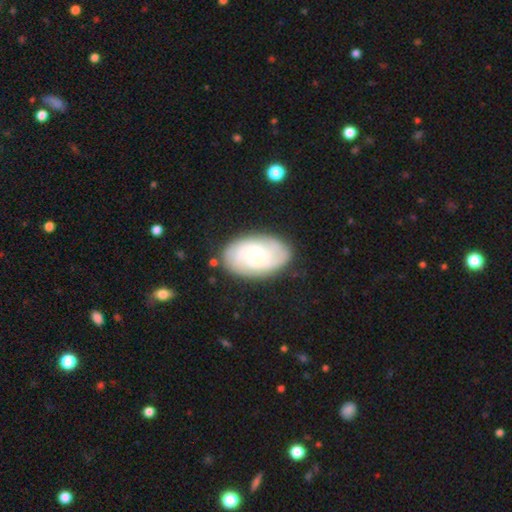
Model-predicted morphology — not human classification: A featured or disk galaxy (69%) with no bar (67%), 2 (36%) tight (53%) spiral arms (92%) and a small central bulge (52%).

Vote fractions:
- Smooth or featured? featured or disk: 69% / smooth: 26% / star or artifact: 6%
- Edge-on disk? no: 96% / yes: 4%
- Bar? no: 67% / weak: 29% / strong: 4%
- Spiral arms? yes: 92% / no: 8%
- Spiral winding? tight: 53% / medium: 35% / loose: 12%
- Spiral arm count? 2: 36% / can't tell: 30% / 3: 19% / 4: 7% / 1: 4% / more than 4: 4%
- Bulge size? small: 52% / moderate: 41% / large: 4% / none: 2% / dominant: 1%
- Merging? none: 81% / minor disturbance: 13% / major disturbance: 4% / merger: 2%